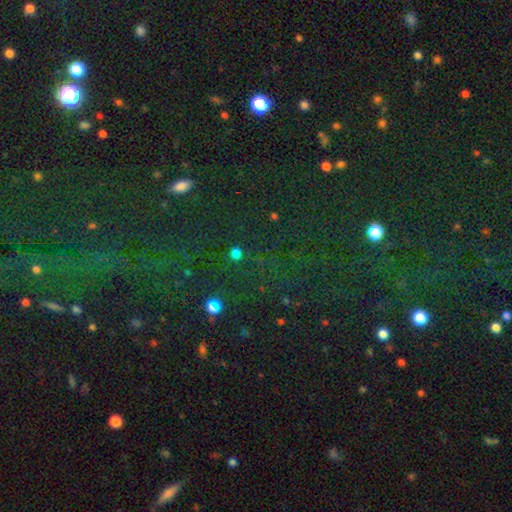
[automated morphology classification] Smooth or featured: star or artifact — 75% (smooth — 16%)